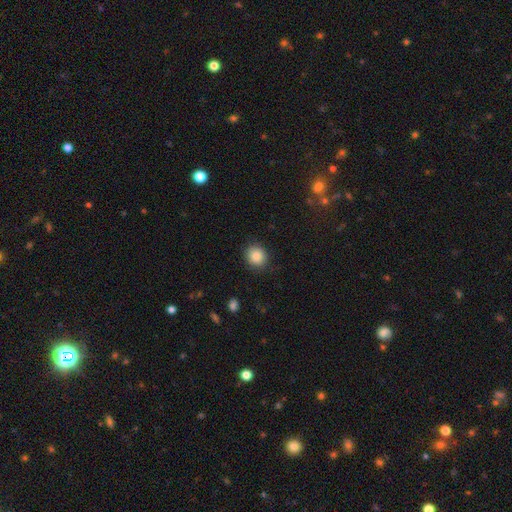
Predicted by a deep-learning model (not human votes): Smooth or featured? Predicted: smooth (p=0.86). How rounded? Predicted: round (p=0.79). Merging? Predicted: none (p=0.88).